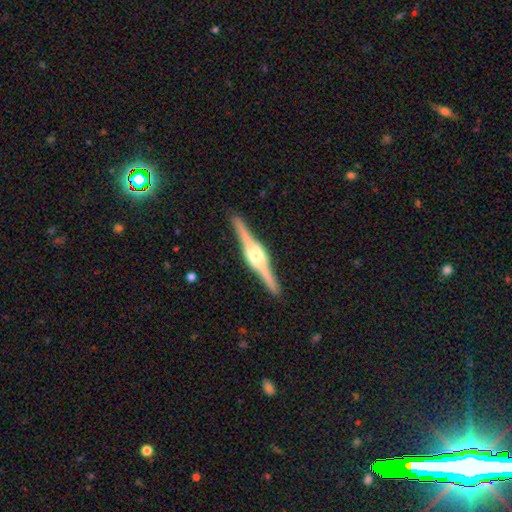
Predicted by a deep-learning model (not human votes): Morphology: type=featured or disk (86%); edge-on=yes (98%); edge-on bulge=rounded (83%); merging=none (90%).